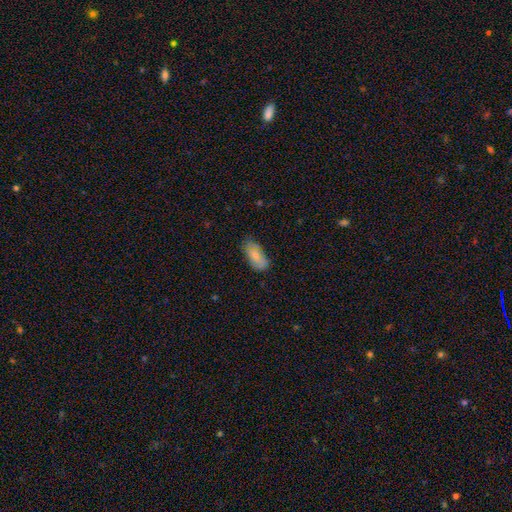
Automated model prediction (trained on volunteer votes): smooth 80%, featured or disk 14%, star or artifact 7%. Down the decision tree: how rounded — in between (89%); merging — none (63%).